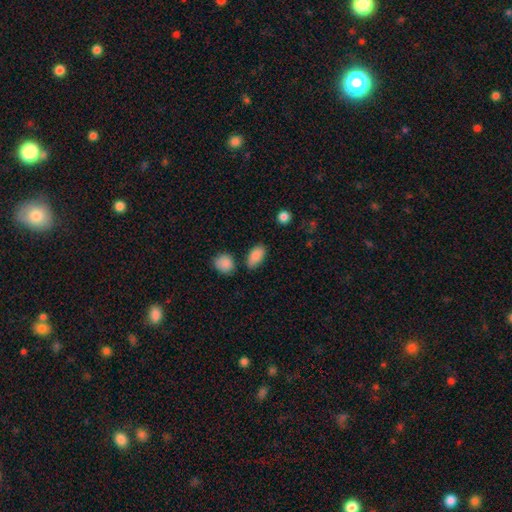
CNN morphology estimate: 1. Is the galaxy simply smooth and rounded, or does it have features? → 87% smooth, 7% star or artifact, 5% featured or disk.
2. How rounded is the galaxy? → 92% in between, 5% round, 4% cigar-shaped.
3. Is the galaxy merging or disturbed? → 76% none, 14% minor disturbance, 6% merger, 3% major disturbance.